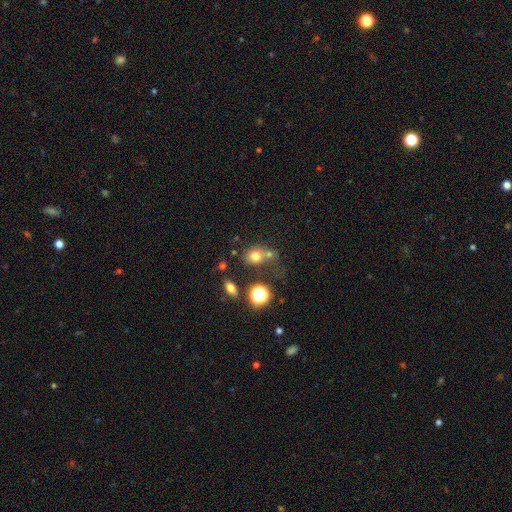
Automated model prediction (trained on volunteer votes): smooth-or-featured: smooth: 72% | star or artifact: 17% | featured or disk: 11%
  how-rounded: round: 61% | in between: 38% | cigar-shaped: 1%
  merging: none: 50% | merger: 28% | minor disturbance: 14% | major disturbance: 8%